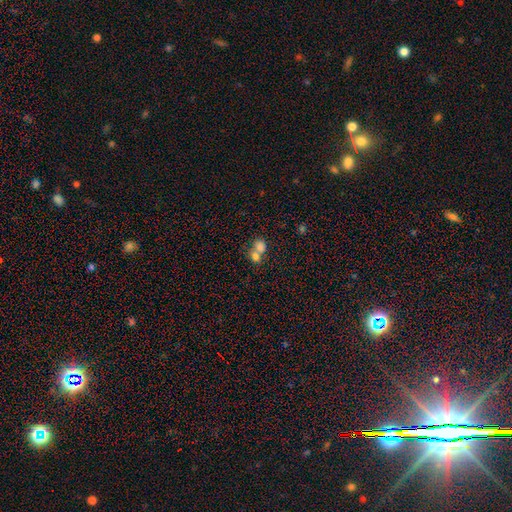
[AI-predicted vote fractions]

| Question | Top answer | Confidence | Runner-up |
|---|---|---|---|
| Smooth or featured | smooth | 75% | featured or disk (14%) |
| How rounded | round | 57% | in between (42%) |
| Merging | merger | 67% | none (24%) |